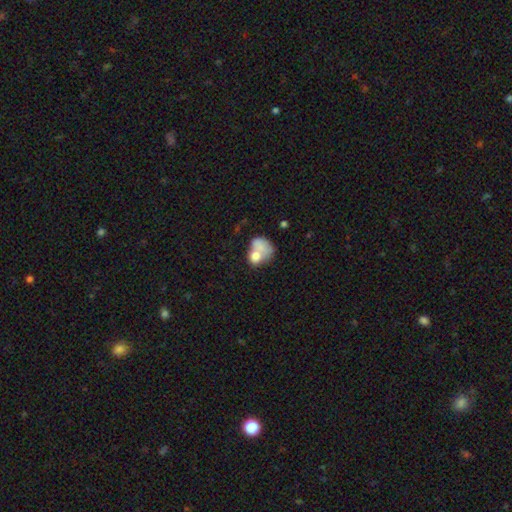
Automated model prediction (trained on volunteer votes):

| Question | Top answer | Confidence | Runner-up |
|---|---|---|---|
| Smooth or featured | smooth | 67% | featured or disk (23%) |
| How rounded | round | 52% | in between (47%) |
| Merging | merger | 47% | none (25%) |